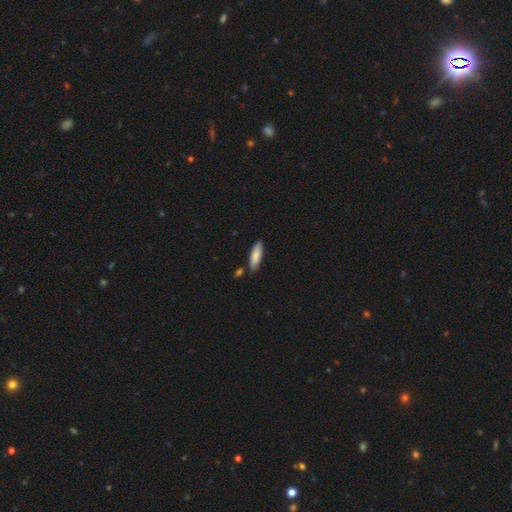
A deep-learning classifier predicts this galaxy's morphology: smooth_or_featured: smooth (p=0.85) [alt: featured or disk p=0.09]
how_rounded: cigar-shaped (p=0.52) [alt: in between p=0.47]
merging: none (p=0.80) [alt: minor disturbance p=0.13]